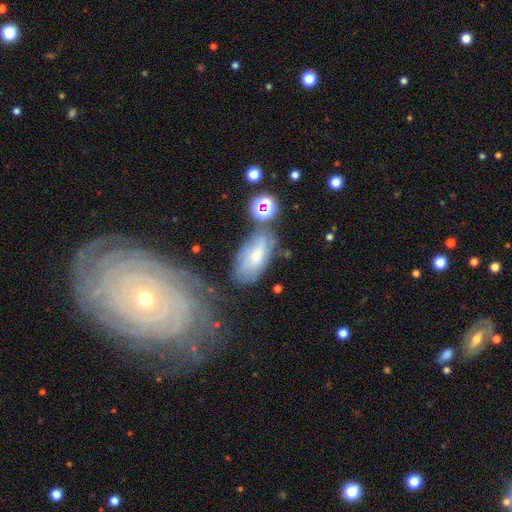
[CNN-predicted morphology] Smooth or featured? smooth (47%)
Merging? none (55%)